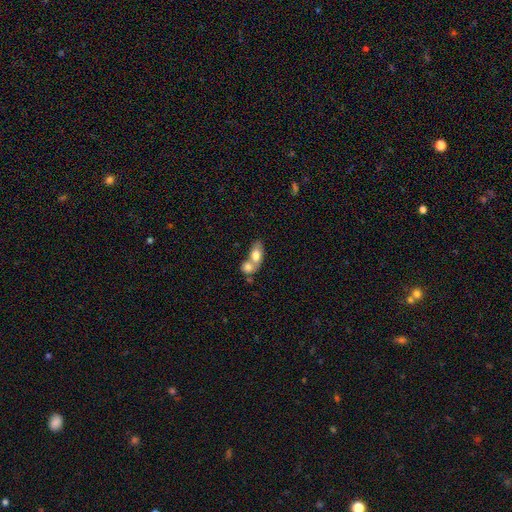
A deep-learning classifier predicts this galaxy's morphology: A smooth galaxy with no disk features (72%) that is in between round and cigar-shaped (75%). Merging: merger (70%).